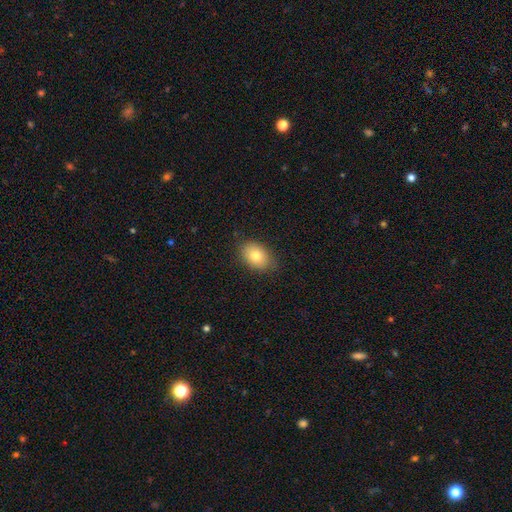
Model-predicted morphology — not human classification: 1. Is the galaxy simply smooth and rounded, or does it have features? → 80% smooth, 11% featured or disk, 8% star or artifact.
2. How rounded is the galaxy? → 83% in between, 16% round, 1% cigar-shaped.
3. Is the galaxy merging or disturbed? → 82% none, 14% minor disturbance, 3% major disturbance, 1% merger.